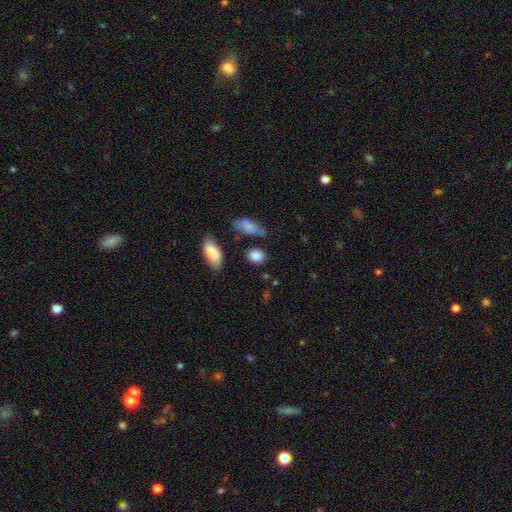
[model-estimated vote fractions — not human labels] Smooth or featured? smooth (85%)
How rounded? round (51%)
Merging? none (76%)